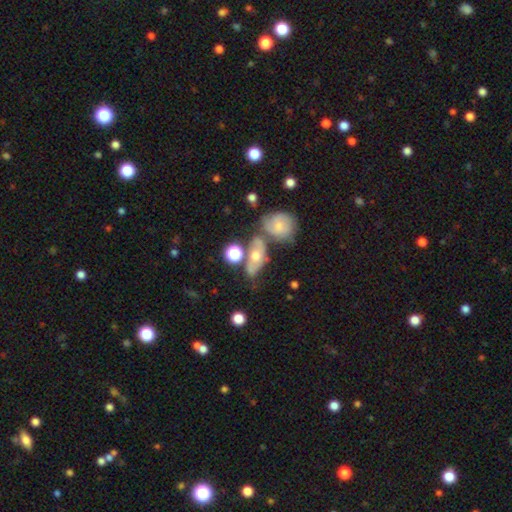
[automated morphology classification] This appears to be a featured or disk galaxy (39%). Merging: none (49%).